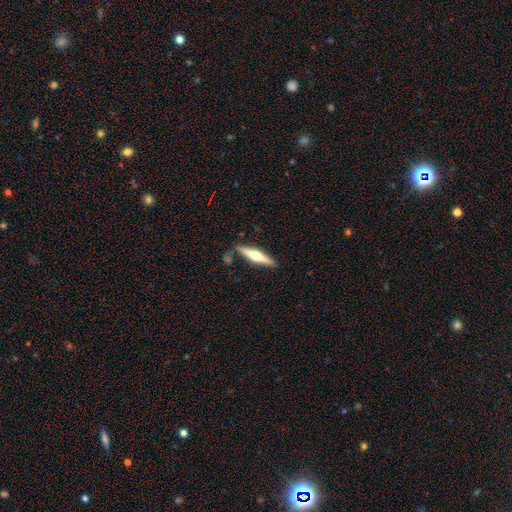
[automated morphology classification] This appears to be a featured or disk galaxy (60%) viewed edge-on (96%) with a rounded central bulge (92%). Merging: none (81%).